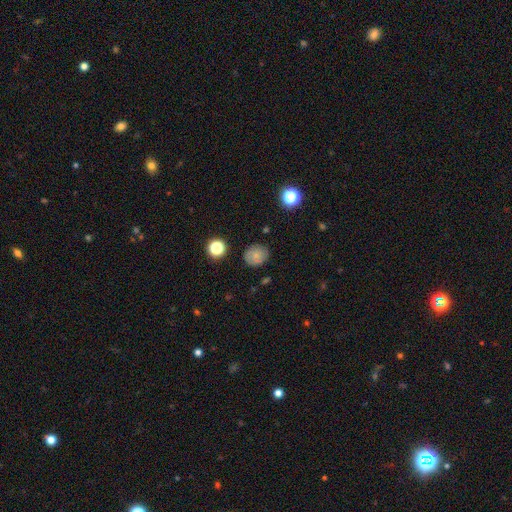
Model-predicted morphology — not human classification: smooth 71%, featured or disk 17%, star or artifact 12%. Down the decision tree: how rounded — round (81%); merging — none (81%).